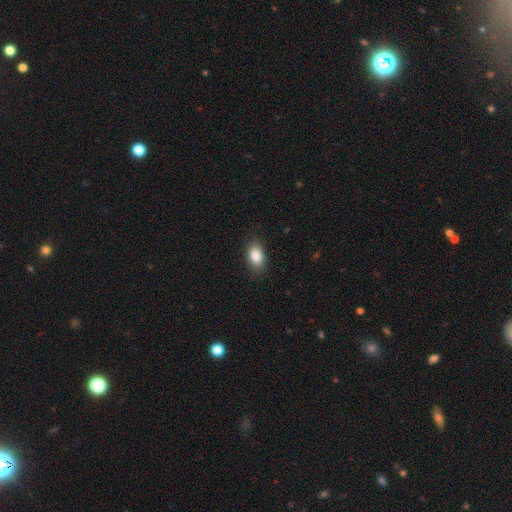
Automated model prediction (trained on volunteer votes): Overall: smooth (87%). How rounded: in between (88%). Merging: none (85%).